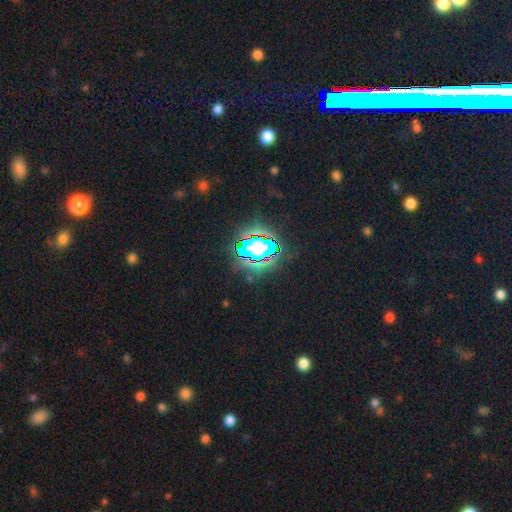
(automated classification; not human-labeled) Smooth or featured? Predicted: star or artifact (p=0.80).